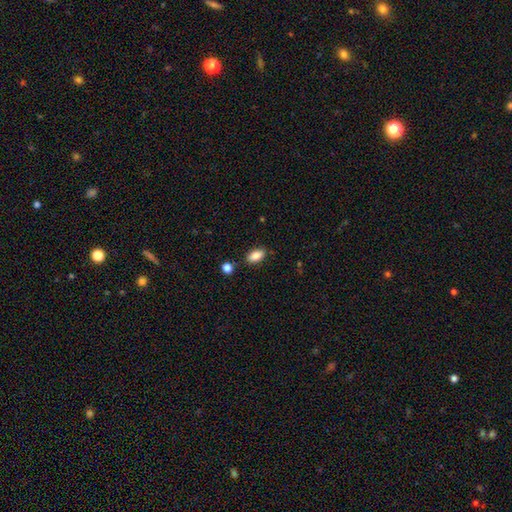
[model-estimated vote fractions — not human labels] A smooth galaxy with no disk features (87%) that is in between round and cigar-shaped (91%). Merging: none (84%).